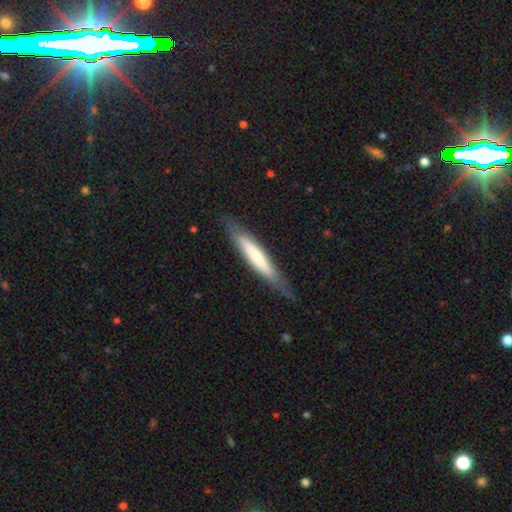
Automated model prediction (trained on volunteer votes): smooth-or-featured: smooth: 46% | featured or disk: 43% | star or artifact: 11%
  merging: none: 81% | minor disturbance: 15% | major disturbance: 3% | merger: 1%